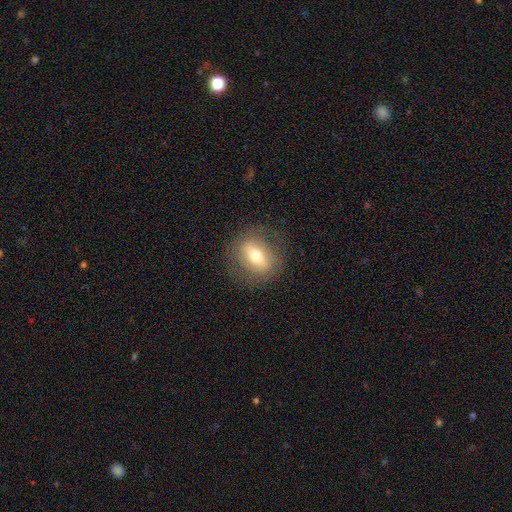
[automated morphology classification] smooth 50%, featured or disk 41%, star or artifact 8%. Down the decision tree: how rounded — in between (50%); merging — none (83%).